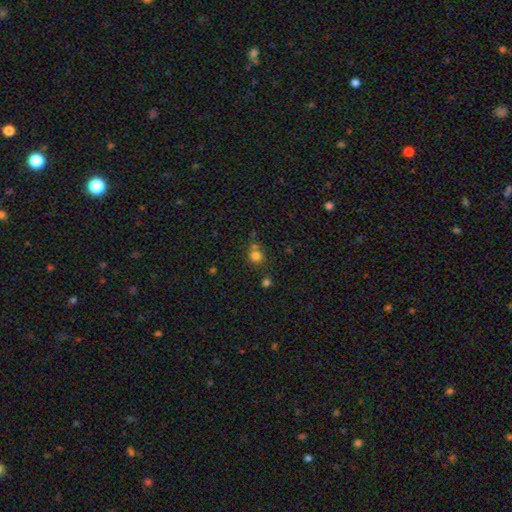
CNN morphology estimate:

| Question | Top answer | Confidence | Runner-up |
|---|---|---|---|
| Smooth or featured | smooth | 78% | star or artifact (15%) |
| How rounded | round | 85% | in between (14%) |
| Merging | none | 59% | merger (24%) |